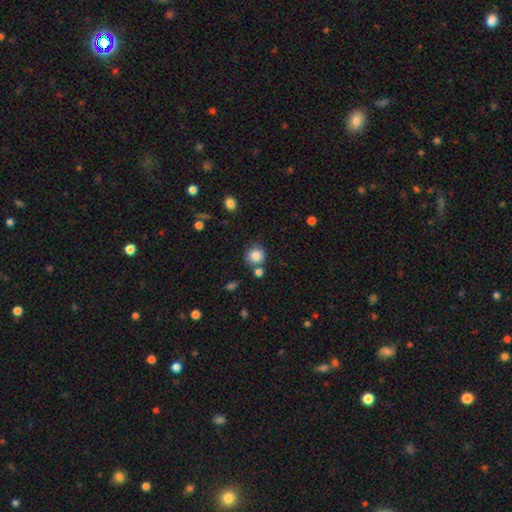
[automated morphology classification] smooth-or-featured: smooth: 85% | star or artifact: 9% | featured or disk: 5%
  how-rounded: round: 88% | in between: 11% | cigar-shaped: 1%
  merging: none: 70% | minor disturbance: 14% | merger: 13% | major disturbance: 4%